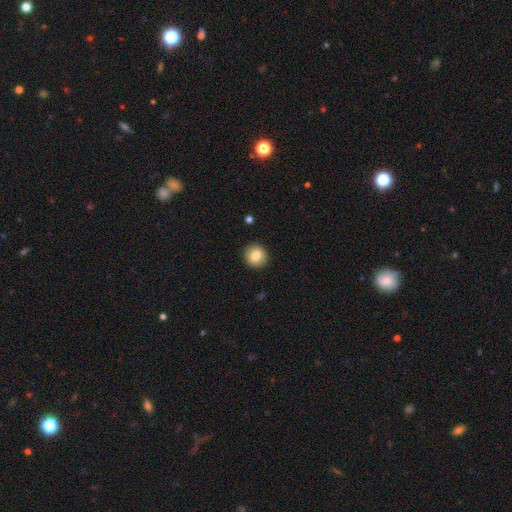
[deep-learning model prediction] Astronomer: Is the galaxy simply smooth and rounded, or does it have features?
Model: smooth — 82%.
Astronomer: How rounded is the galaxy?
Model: round — 93%.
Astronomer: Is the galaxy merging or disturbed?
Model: none — 92%.